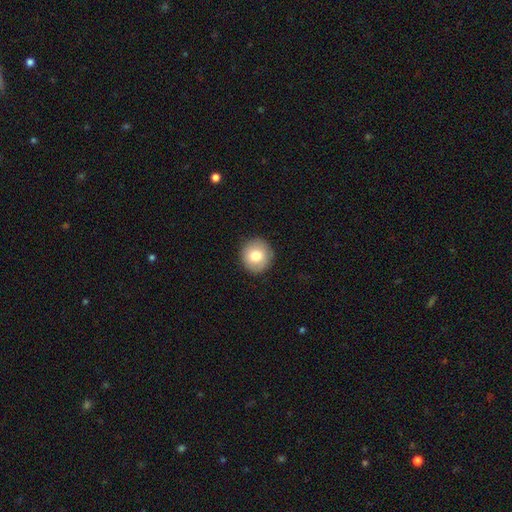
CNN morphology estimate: Smooth or featured?
  - smooth: 79% *
  - featured or disk: 13%
  - star or artifact: 8%
How rounded?
  - round: 92% *
  - in between: 7%
  - cigar-shaped: 1%
Merging?
  - none: 91% *
  - minor disturbance: 6%
  - major disturbance: 2%
  - merger: 1%